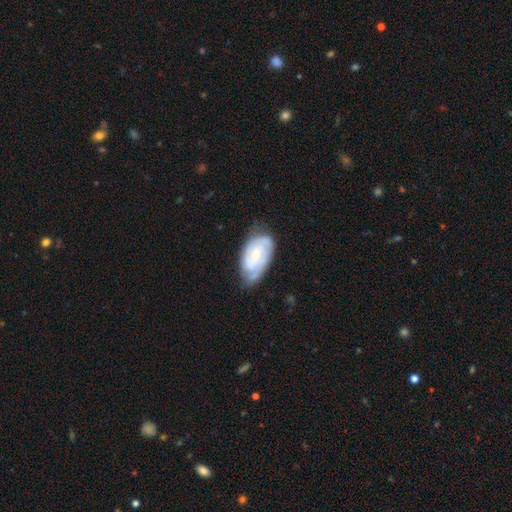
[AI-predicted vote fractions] The model was most divided on "spiral arm count": 2: 40%, can't tell: 29%, 3: 21%, 1: 4%, 4: 4%, more than 4: 3%. More confident: edge-on disk — no (96%); spiral arms — yes (92%); smooth or featured — featured or disk (74%); bar — no (64%); merging — none (63%); spiral winding — tight (61%); bulge size — small (58%).